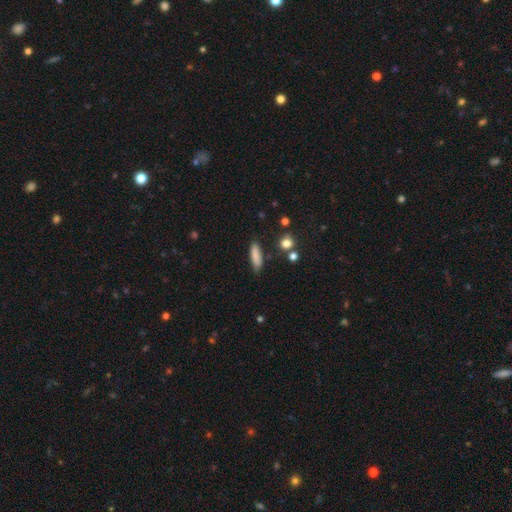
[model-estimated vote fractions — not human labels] Smooth or featured? Predicted: smooth (p=0.83). How rounded? Predicted: cigar-shaped (p=0.53). Merging? Predicted: none (p=0.78).